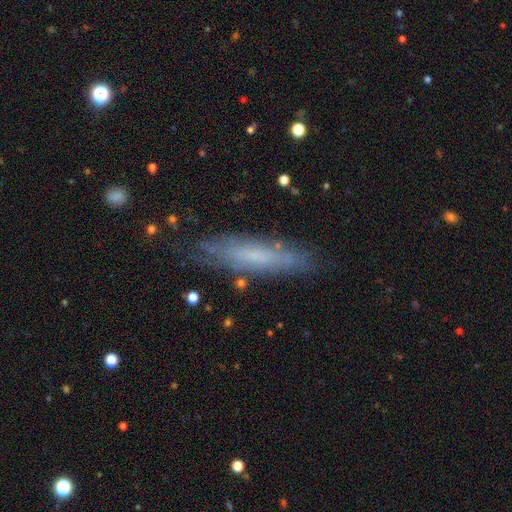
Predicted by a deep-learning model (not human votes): Smooth or featured? smooth (49%)
Merging? none (78%)